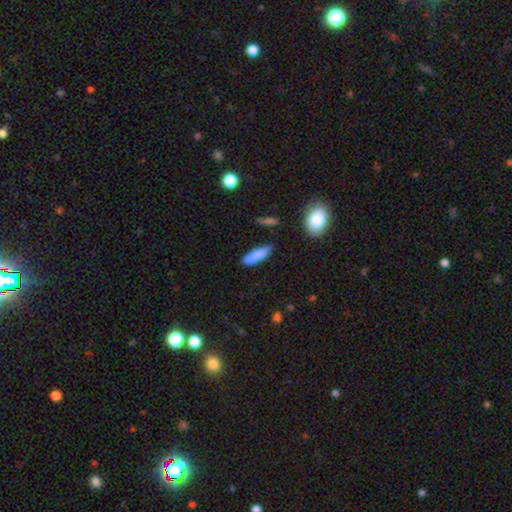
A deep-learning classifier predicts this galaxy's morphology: smooth_or_featured: smooth (p=0.81) [alt: featured or disk p=0.12]
how_rounded: cigar-shaped (p=0.62) [alt: in between p=0.36]
merging: none (p=0.66) [alt: minor disturbance p=0.20]